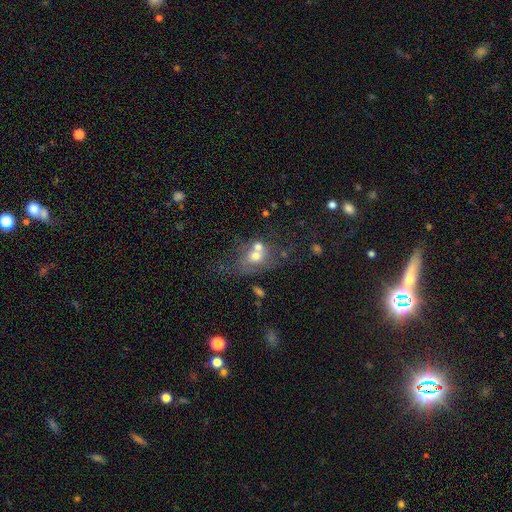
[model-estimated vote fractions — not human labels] smooth-or-featured: smooth: 56% | featured or disk: 31% | star or artifact: 13%
  how-rounded: in between: 50% | round: 48% | cigar-shaped: 2%
  merging: merger: 49% | none: 28% | minor disturbance: 12% | major disturbance: 11%